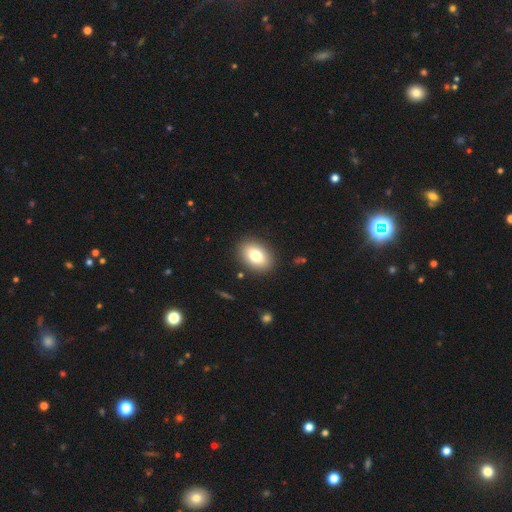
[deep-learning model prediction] Morphology: type=smooth (78%); roundness=in between (81%); merging=none (88%).